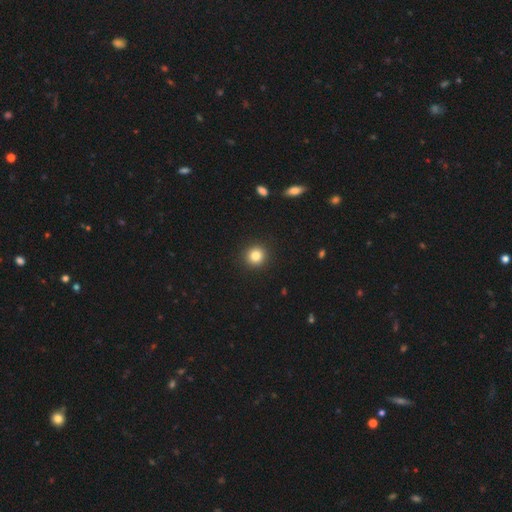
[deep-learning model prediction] This is clearly a smooth galaxy (83%). How rounded: clearly round (93%). Merging: clearly none (92%).